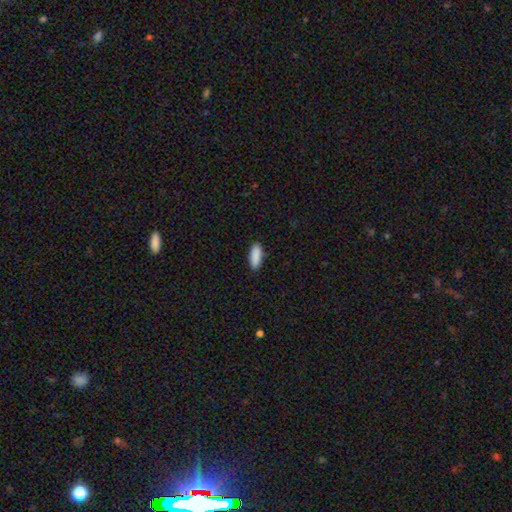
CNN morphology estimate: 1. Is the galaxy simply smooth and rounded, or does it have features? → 91% smooth, 6% star or artifact, 3% featured or disk.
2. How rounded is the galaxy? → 73% in between, 25% cigar-shaped, 2% round.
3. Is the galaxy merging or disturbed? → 88% none, 9% minor disturbance, 2% major disturbance, 1% merger.